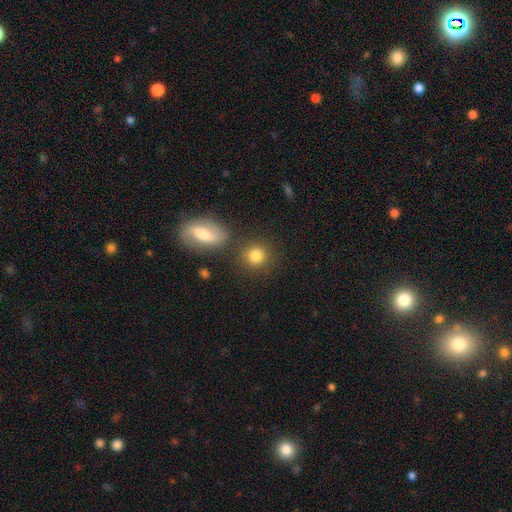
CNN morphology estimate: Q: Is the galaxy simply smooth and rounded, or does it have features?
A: smooth — 82%.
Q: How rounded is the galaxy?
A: round — 85%.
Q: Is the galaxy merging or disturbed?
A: none — 74%.